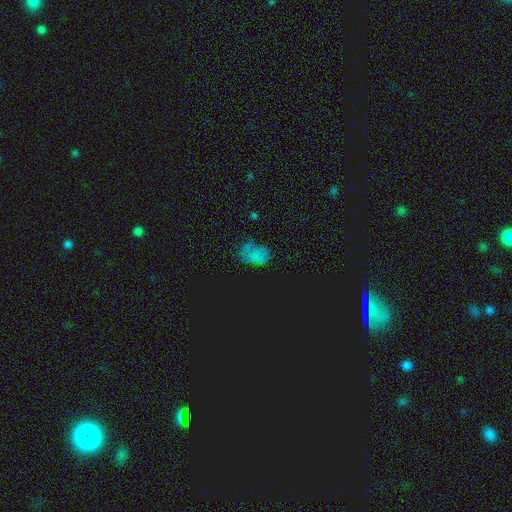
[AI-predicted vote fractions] The model was most divided on "smooth or featured": smooth: 46%, star or artifact: 42%, featured or disk: 12%. Remaining: merging — none (50%).